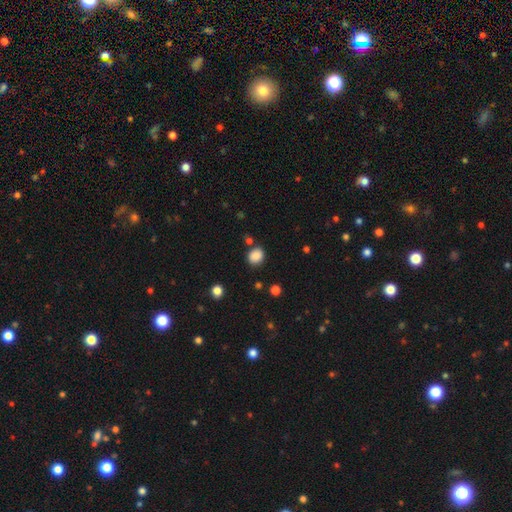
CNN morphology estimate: Smooth or featured? Predicted: smooth (p=0.86). How rounded? Predicted: round (p=0.67). Merging? Predicted: none (p=0.79).